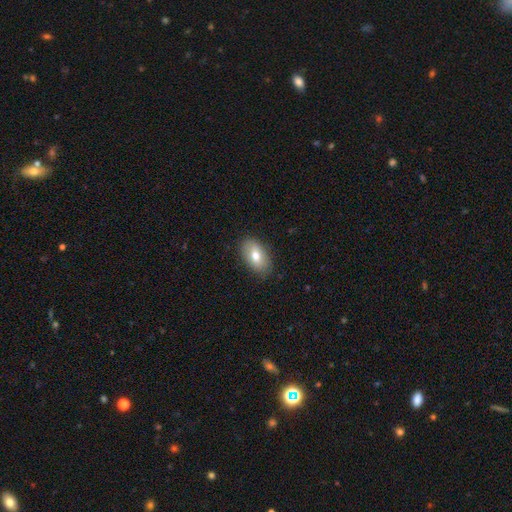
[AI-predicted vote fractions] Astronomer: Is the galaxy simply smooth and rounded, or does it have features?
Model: smooth — 73%.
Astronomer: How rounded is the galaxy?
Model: in between — 92%.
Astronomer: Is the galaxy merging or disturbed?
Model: none — 84%.